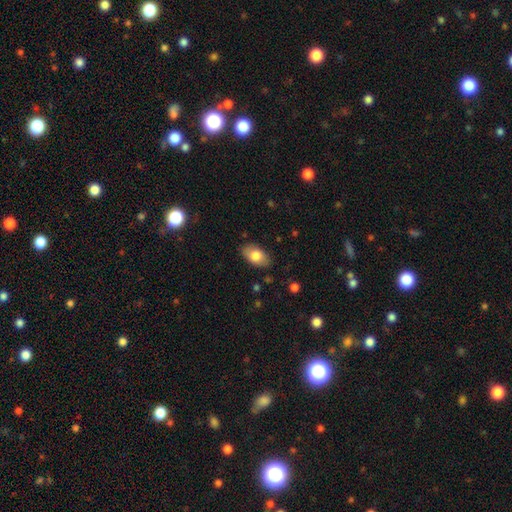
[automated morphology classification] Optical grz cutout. It shows a smooth galaxy with no disk features (79%) that is in between round and cigar-shaped (93%). Merging: none (85%).